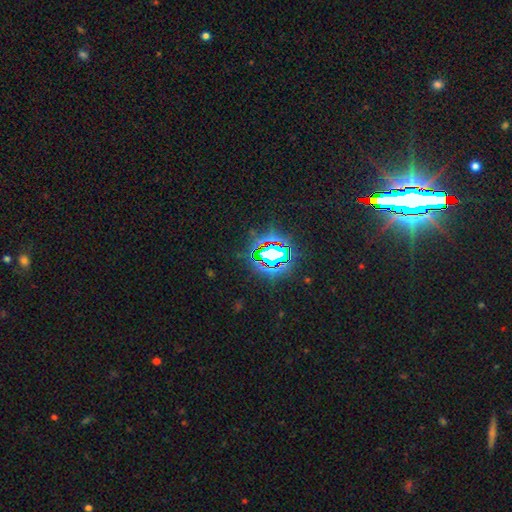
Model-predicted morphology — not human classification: star or artifact 80%, smooth 12%, featured or disk 9%.